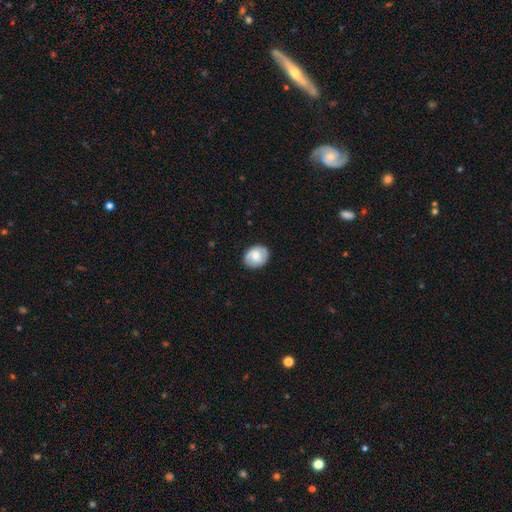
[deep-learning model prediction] The model was most divided on "how rounded": round: 52%, in between: 47%, cigar-shaped: 1%. More confident: merging — none (84%); smooth or featured — smooth (66%).